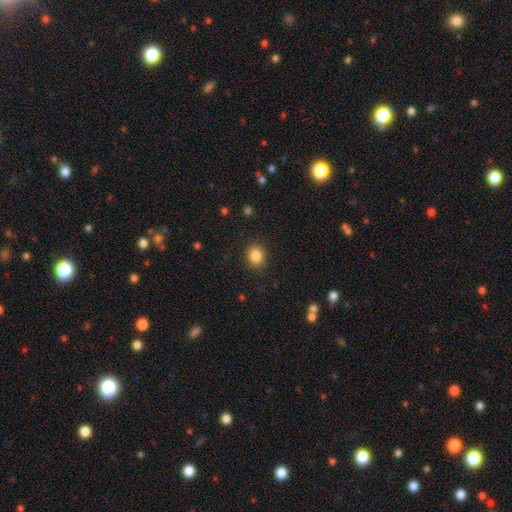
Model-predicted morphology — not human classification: Q: Smooth or featured?
A: smooth (85%); runner-up: star or artifact (10%)
Q: How rounded?
A: round (72%); runner-up: in between (27%)
Q: Merging?
A: none (89%); runner-up: minor disturbance (8%)